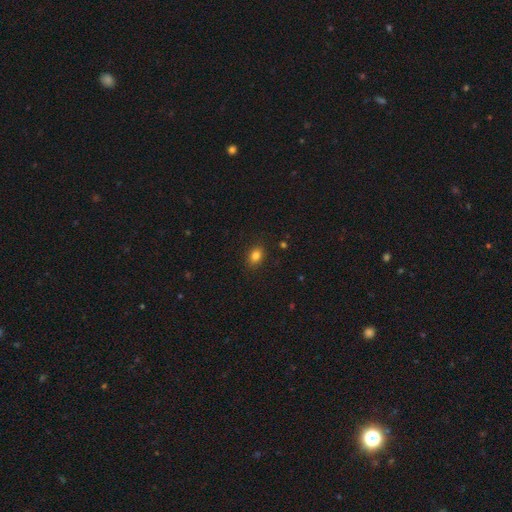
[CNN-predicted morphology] Q: Smooth or featured?
A: smooth (81%); runner-up: star or artifact (12%)
Q: How rounded?
A: in between (65%); runner-up: round (34%)
Q: Merging?
A: none (88%); runner-up: minor disturbance (9%)